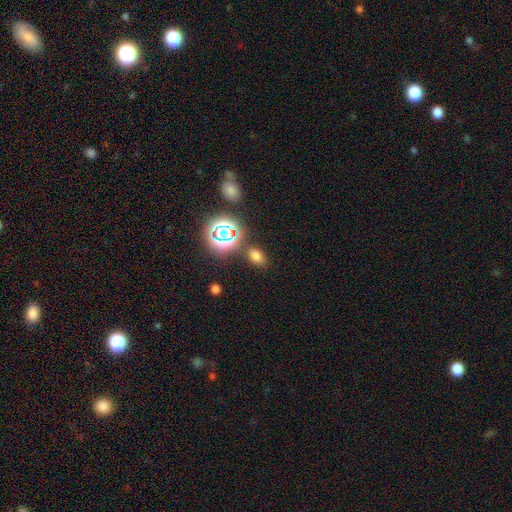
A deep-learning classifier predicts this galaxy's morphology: A smooth galaxy with no disk features (67%) that is in between round and cigar-shaped (77%). Merging: none (80%).